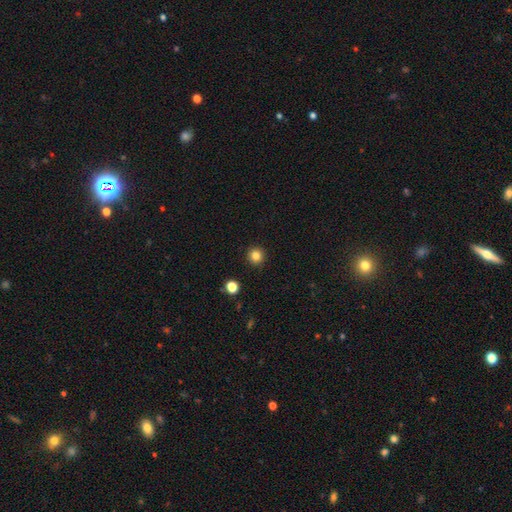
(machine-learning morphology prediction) smooth-or-featured: smooth: 84% | star or artifact: 12% | featured or disk: 5%
  how-rounded: round: 95% | in between: 4% | cigar-shaped: 1%
  merging: none: 93% | minor disturbance: 4% | major disturbance: 2% | merger: 1%